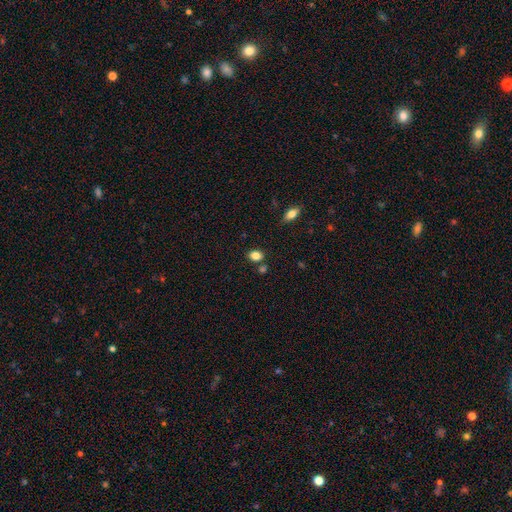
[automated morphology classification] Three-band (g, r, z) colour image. It shows a smooth galaxy with no disk features (84%) that is in between round and cigar-shaped (68%). Merging: none (74%).